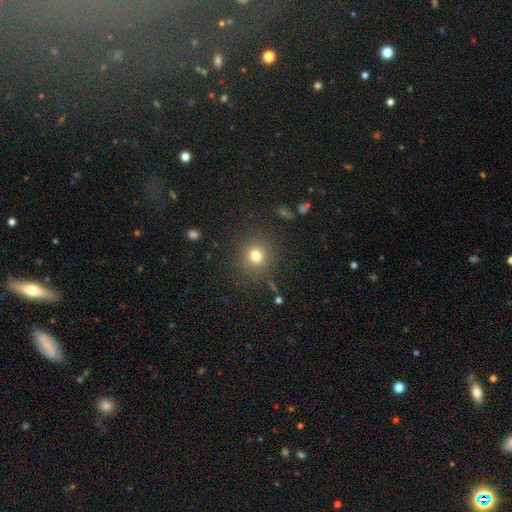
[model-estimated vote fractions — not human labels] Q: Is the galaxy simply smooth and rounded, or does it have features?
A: smooth — 77%.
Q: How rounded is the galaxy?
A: round — 90%.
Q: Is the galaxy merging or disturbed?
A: none — 87%.